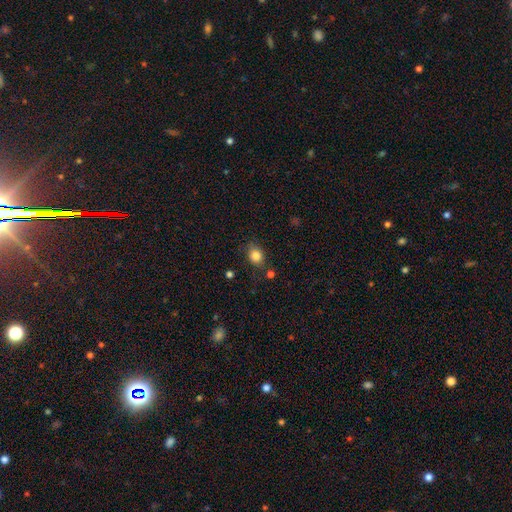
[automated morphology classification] This is clearly a smooth galaxy (83%). How rounded: possibly round (55%). Merging: likely none (75%).